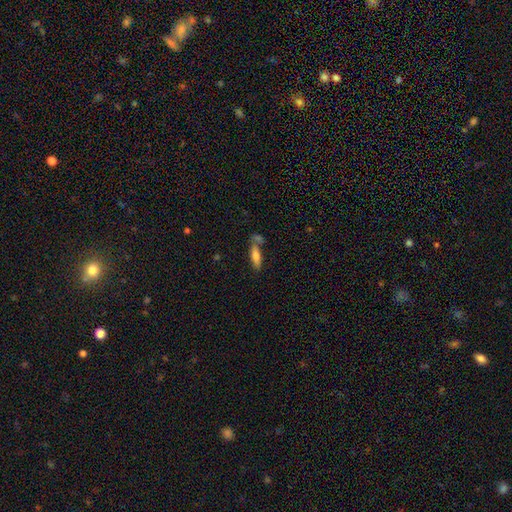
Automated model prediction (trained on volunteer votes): smooth_or_featured: smooth (p=0.75) [alt: featured or disk p=0.17]
how_rounded: cigar-shaped (p=0.53) [alt: in between p=0.45]
merging: none (p=0.52) [alt: merger p=0.30]